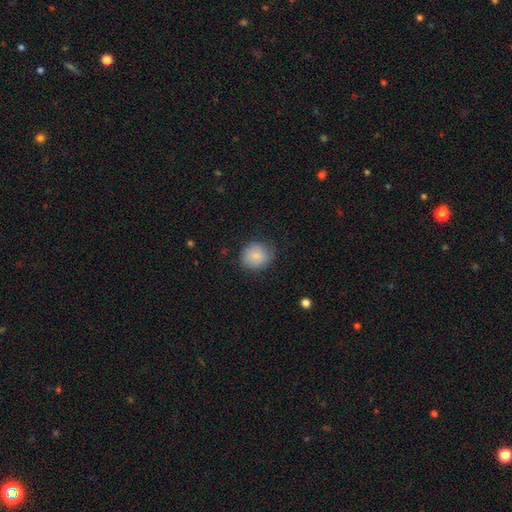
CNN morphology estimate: The model was most divided on "merging": none: 76%, minor disturbance: 18%, major disturbance: 5%, merger: 1%. More confident: smooth or featured — smooth (84%); how rounded — round (81%).